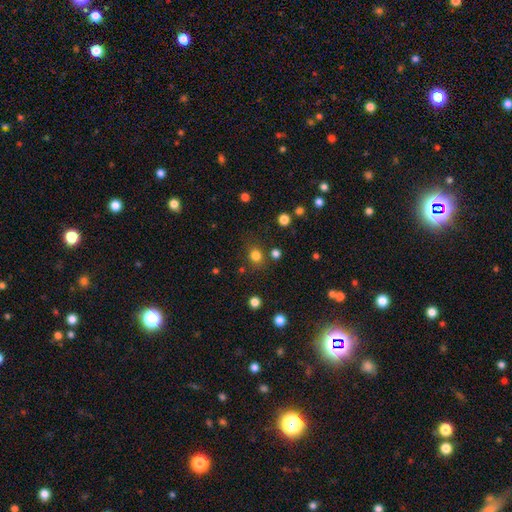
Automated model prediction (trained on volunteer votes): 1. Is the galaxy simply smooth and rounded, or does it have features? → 80% smooth, 15% star or artifact, 5% featured or disk.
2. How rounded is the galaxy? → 77% round, 22% in between, 1% cigar-shaped.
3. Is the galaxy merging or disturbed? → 79% none, 11% minor disturbance, 6% merger, 4% major disturbance.